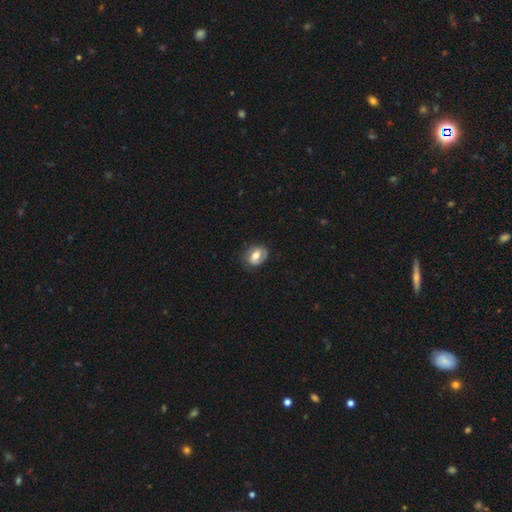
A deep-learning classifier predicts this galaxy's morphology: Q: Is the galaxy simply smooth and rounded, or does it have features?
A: smooth — 47%.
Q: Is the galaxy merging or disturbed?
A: none — 73%.